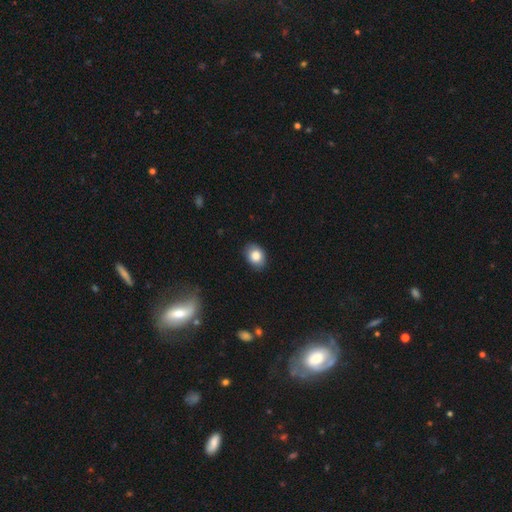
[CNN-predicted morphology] Smooth or featured? smooth (83%)
How rounded? in between (68%)
Merging? none (84%)